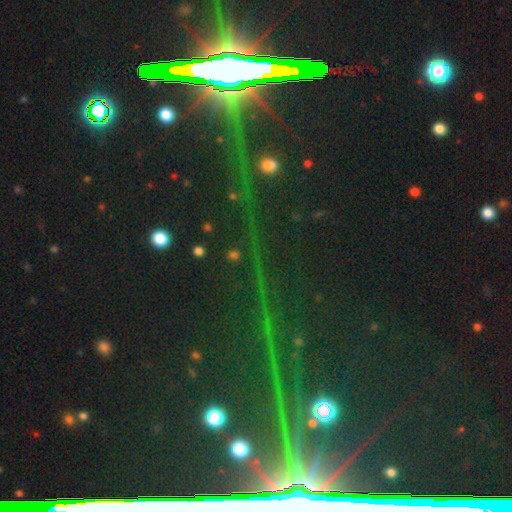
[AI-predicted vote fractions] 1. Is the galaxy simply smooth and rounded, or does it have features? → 82% star or artifact, 10% featured or disk, 8% smooth.